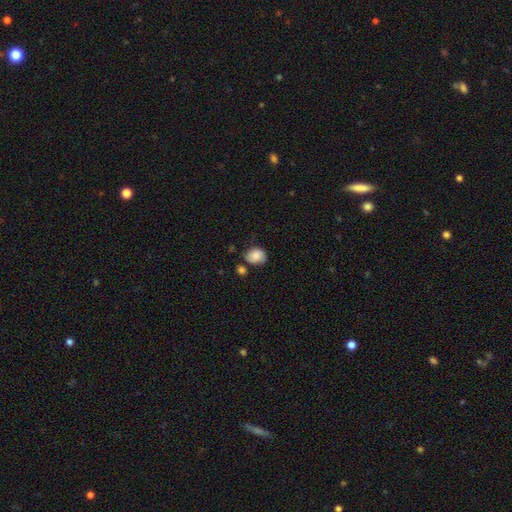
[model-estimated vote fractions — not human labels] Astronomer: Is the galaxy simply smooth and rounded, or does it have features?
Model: smooth — 81%.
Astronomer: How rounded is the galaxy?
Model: in between — 50% (runner-up: round, 49%).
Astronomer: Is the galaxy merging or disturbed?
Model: none — 58%.